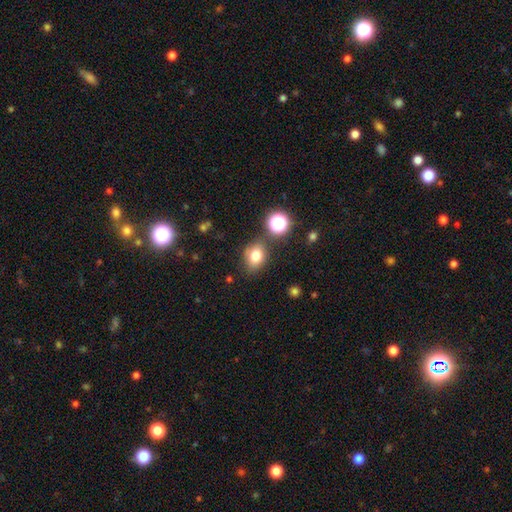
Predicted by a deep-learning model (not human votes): smooth_or_featured: smooth (p=0.77) [alt: star or artifact p=0.14]
how_rounded: in between (p=0.57) [alt: round p=0.41]
merging: none (p=0.74) [alt: minor disturbance p=0.15]